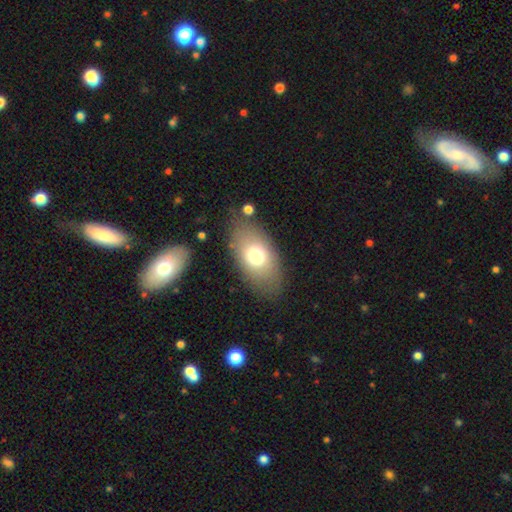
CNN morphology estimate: smooth 71%, featured or disk 21%, star or artifact 9%. Down the decision tree: how rounded — in between (89%); merging — none (76%).